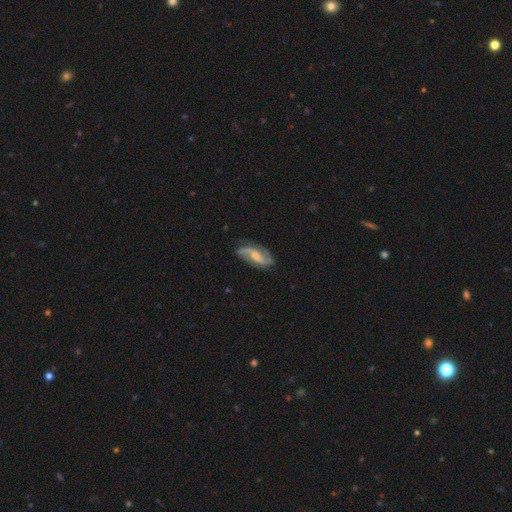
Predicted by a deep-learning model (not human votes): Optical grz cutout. It shows a featured or disk galaxy (85%) with a weak bar (43%), 2 (88%) loose (43%) spiral arms (97%) and a moderate central bulge (47%). Merging: none (75%).